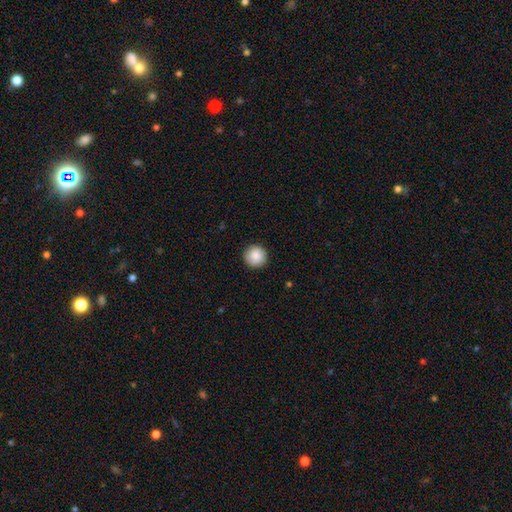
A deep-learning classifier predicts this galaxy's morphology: smooth 87%, star or artifact 7%, featured or disk 5%. Down the decision tree: how rounded — round (96%); merging — none (91%).